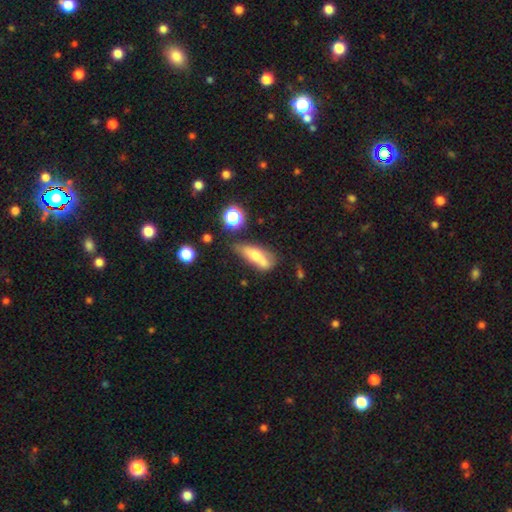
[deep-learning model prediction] Smooth or featured: smooth — 55% (featured or disk — 34%)
How rounded: in between — 58% (cigar-shaped — 36%)
Merging: none — 35% (merger — 27%)